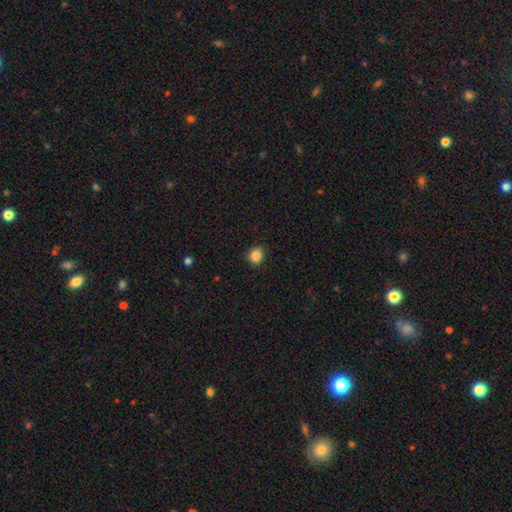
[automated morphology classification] Smooth or featured?
  - smooth: 86% *
  - star or artifact: 10%
  - featured or disk: 4%
How rounded?
  - round: 81% *
  - in between: 18%
  - cigar-shaped: 1%
Merging?
  - none: 89% *
  - minor disturbance: 8%
  - major disturbance: 2%
  - merger: 1%